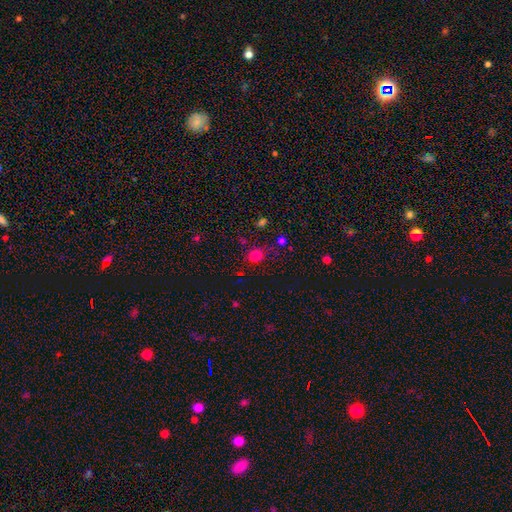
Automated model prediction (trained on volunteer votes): A smooth galaxy with no disk features (78%) that is round (58%).

Vote fractions:
- Smooth or featured? smooth: 78% / star or artifact: 15% / featured or disk: 6%
- How rounded? round: 58% / in between: 41% / cigar-shaped: 1%
- Merging? none: 72% / minor disturbance: 18% / major disturbance: 7% / merger: 4%